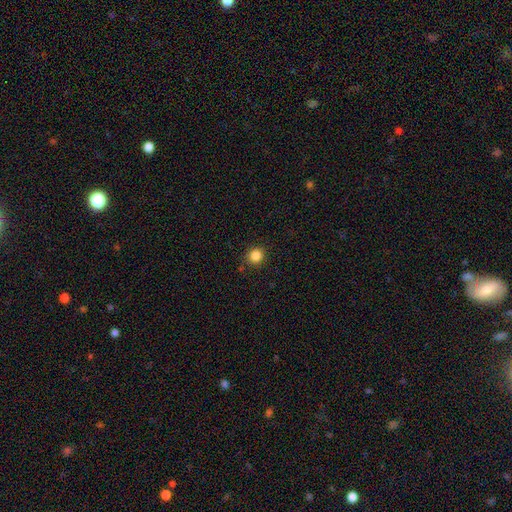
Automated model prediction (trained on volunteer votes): This is clearly a smooth galaxy (85%). How rounded: clearly round (91%). Merging: clearly none (89%).